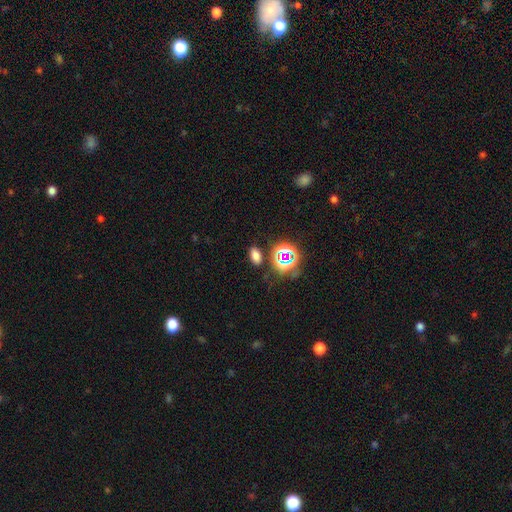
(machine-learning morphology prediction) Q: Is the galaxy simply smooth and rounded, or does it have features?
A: smooth — 67%.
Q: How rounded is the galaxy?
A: in between — 86%.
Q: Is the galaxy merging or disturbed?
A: none — 83%.